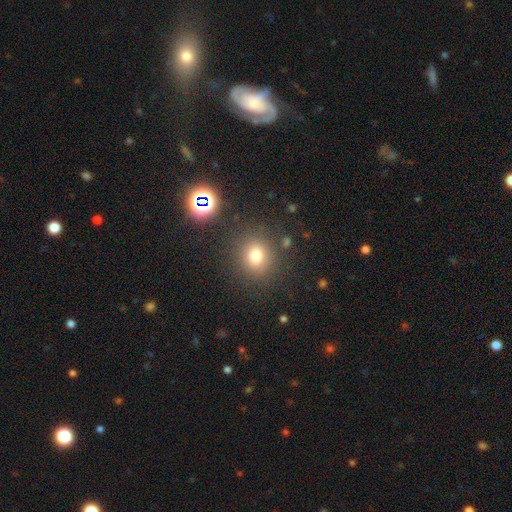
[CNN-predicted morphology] A smooth galaxy with no disk features (75%) that is round (79%).

Vote fractions:
- Smooth or featured? smooth: 75% / star or artifact: 16% / featured or disk: 9%
- How rounded? round: 79% / in between: 20% / cigar-shaped: 1%
- Merging? none: 83% / minor disturbance: 9% / major disturbance: 4% / merger: 4%